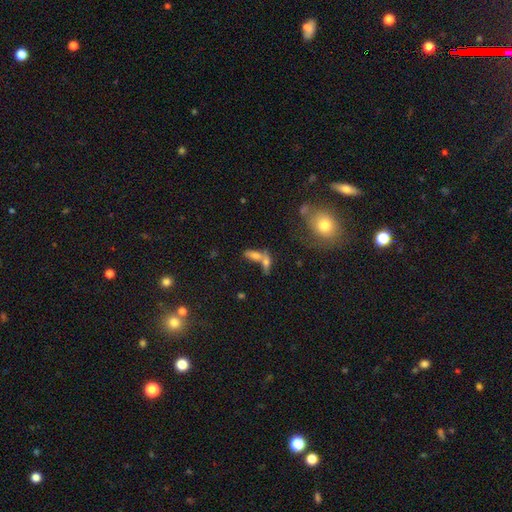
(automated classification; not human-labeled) Smooth or featured?
  - smooth: 61% *
  - featured or disk: 24%
  - star or artifact: 15%
How rounded?
  - in between: 64% *
  - cigar-shaped: 29%
  - round: 7%
Merging?
  - merger: 52% *
  - none: 32%
  - minor disturbance: 9%
  - major disturbance: 7%